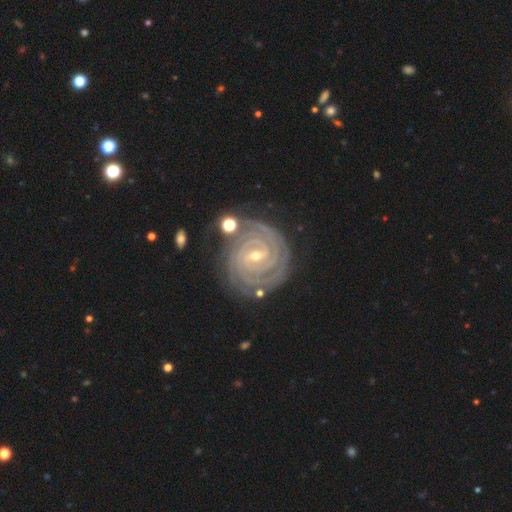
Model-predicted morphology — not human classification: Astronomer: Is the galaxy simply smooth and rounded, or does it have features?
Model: featured or disk — 93%.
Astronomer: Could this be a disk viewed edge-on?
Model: no — 98%.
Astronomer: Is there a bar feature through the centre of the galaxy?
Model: weak — 48% (runner-up: strong, 33%).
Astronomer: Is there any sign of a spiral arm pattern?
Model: yes — 99%.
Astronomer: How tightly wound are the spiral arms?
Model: tight — 91%.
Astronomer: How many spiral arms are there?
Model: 2 — 40% (runner-up: 3, 20%).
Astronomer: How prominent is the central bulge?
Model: small — 65%.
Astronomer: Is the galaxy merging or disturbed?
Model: none — 79%.